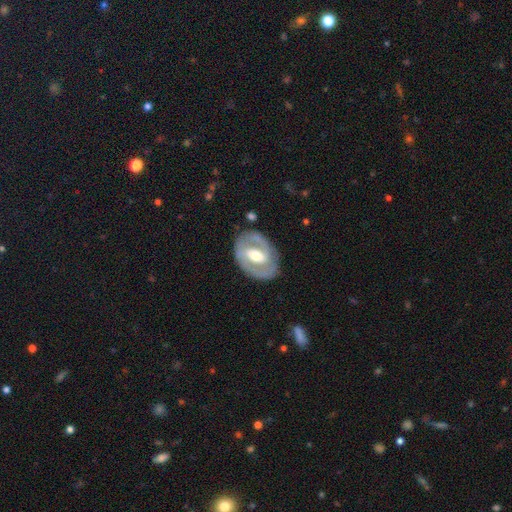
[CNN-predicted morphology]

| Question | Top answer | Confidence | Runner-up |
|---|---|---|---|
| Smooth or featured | featured or disk | 76% | smooth (19%) |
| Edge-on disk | no | 95% | yes (5%) |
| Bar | weak | 40% | strong (32%) |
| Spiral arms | yes | 69% | no (31%) |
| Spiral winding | tight | 45% | medium (41%) |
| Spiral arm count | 2 | 79% | can't tell (12%) |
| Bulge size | moderate | 67% | small (17%) |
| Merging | none | 80% | minor disturbance (13%) |